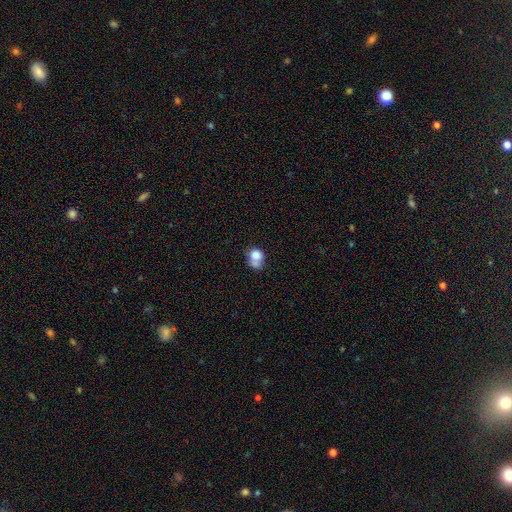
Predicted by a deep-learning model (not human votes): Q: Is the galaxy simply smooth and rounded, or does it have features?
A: smooth — 76%.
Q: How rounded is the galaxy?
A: round — 56%.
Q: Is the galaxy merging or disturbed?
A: none — 32%.